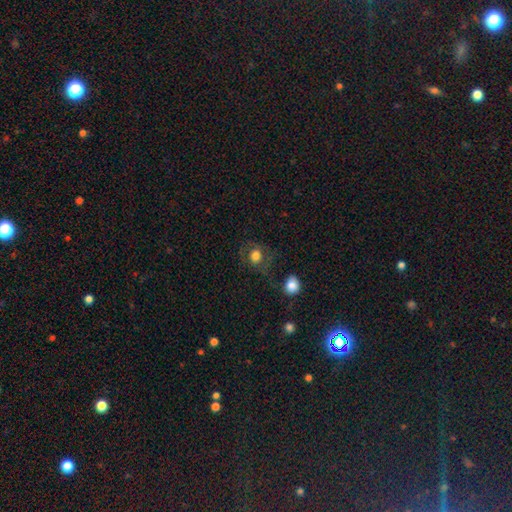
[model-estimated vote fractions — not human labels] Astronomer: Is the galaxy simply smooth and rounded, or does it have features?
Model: smooth — 70%.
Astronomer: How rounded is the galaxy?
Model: round — 74%.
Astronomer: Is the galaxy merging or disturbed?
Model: none — 66%.